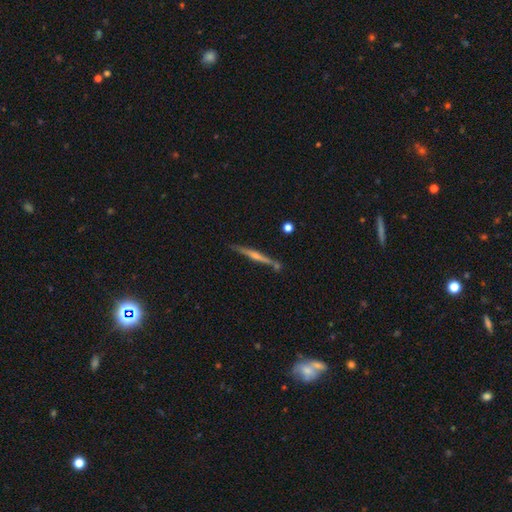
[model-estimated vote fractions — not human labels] This appears to be a featured or disk galaxy (69%) viewed edge-on (95%) with a rounded central bulge (75%). Merging: none (83%).